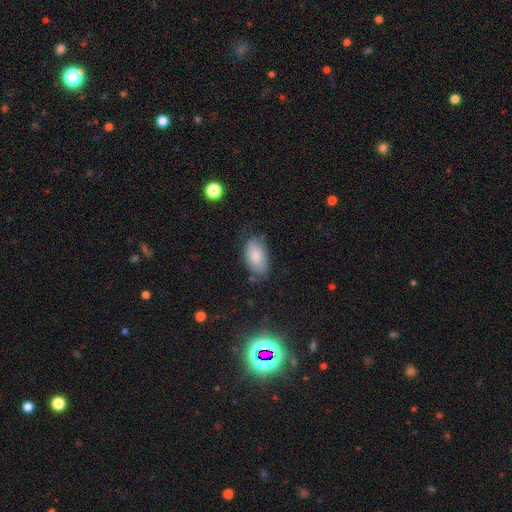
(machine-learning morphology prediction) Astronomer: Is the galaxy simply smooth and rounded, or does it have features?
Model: smooth — 81%.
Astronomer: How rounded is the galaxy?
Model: in between — 94%.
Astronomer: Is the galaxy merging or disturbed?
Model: none — 68%.